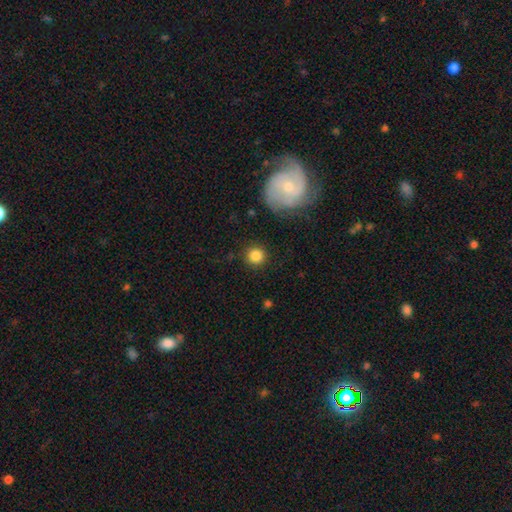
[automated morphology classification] A smooth galaxy with no disk features (85%) that is round (94%). Merging: none (89%).